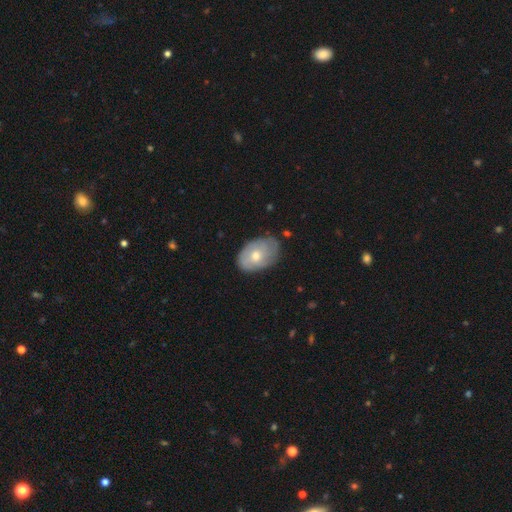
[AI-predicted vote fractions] Smooth or featured? Predicted: smooth (p=0.47, tied with featured or disk). Merging? Predicted: none (p=0.70).